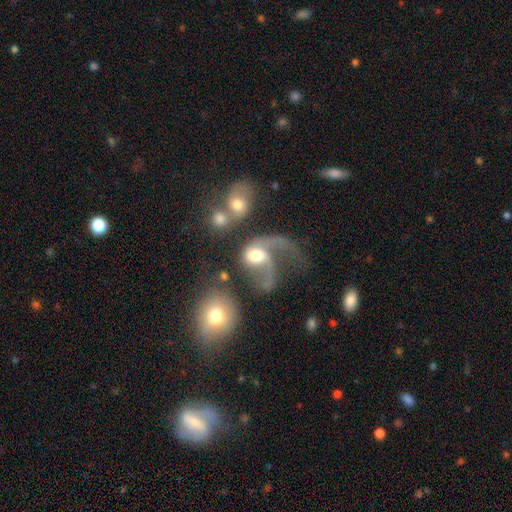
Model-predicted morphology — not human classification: featured or disk 65%, smooth 26%, star or artifact 9%. Down the decision tree: edge-on disk — no (97%); bar — no (61%); spiral arms — yes (80%); spiral arm count — 1 (48%); spiral winding — loose (68%); bulge size — moderate (51%); merging — merger (38%).